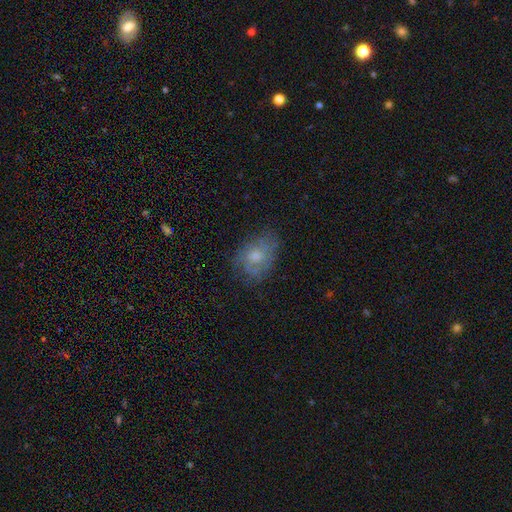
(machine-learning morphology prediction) Smooth or featured?
  - smooth: 50% *
  - featured or disk: 39%
  - star or artifact: 12%
Merging?
  - none: 63% *
  - minor disturbance: 25%
  - major disturbance: 11%
  - merger: 1%